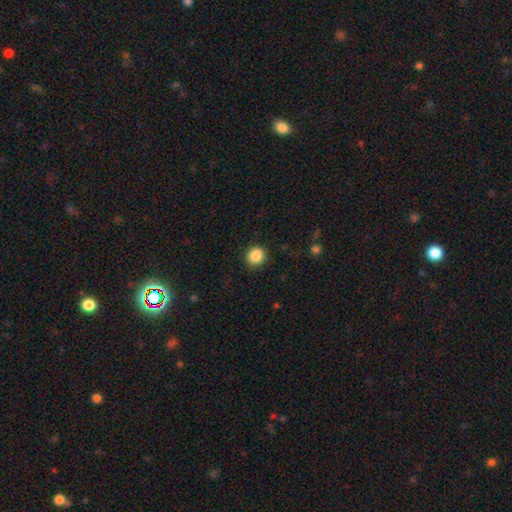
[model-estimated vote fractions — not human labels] Smooth or featured? smooth (88%)
How rounded? round (82%)
Merging? none (89%)